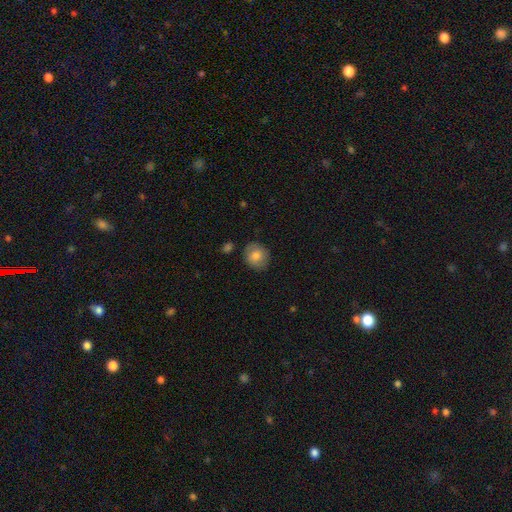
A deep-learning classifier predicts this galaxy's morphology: Overall: smooth (79%). How rounded: round (74%). Merging: none (82%).